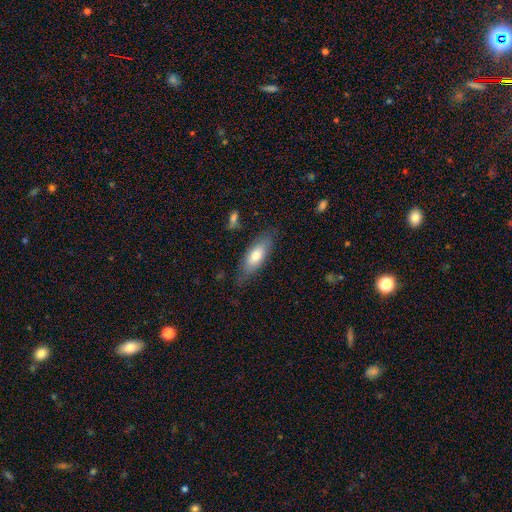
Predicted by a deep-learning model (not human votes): The model was most divided on "smooth or featured": smooth: 67%, featured or disk: 27%, star or artifact: 6%. More confident: merging — none (72%); how rounded — in between (72%).